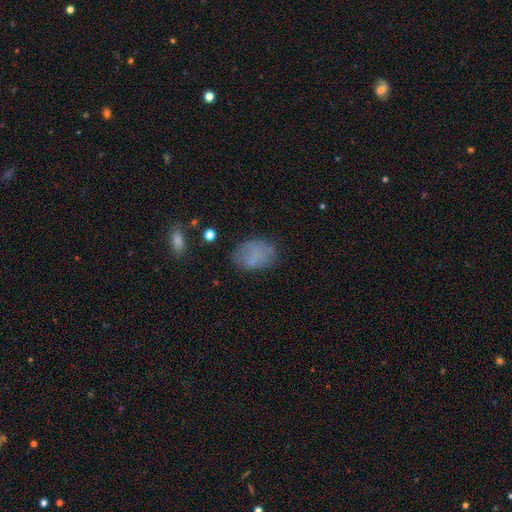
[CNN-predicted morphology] type=smooth (69%); roundness=in between (83%); merging=none (66%).